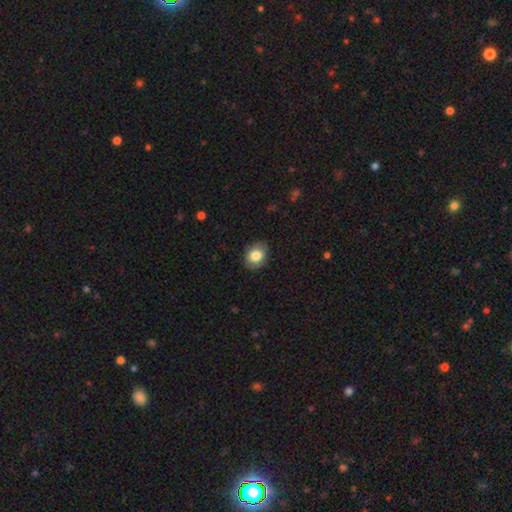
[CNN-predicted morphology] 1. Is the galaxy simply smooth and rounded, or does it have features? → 82% smooth, 10% featured or disk, 8% star or artifact.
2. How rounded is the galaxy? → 55% in between, 44% round, 1% cigar-shaped.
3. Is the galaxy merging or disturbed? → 86% none, 11% minor disturbance, 2% major disturbance, 1% merger.